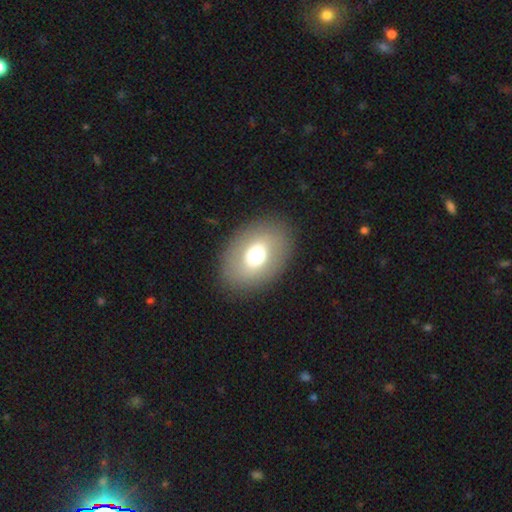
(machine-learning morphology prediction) type=smooth (60%); roundness=in between (68%); merging=none (85%).